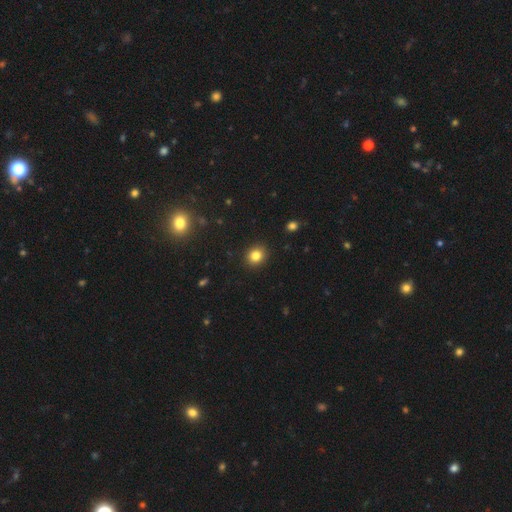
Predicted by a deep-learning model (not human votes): Smooth or featured?
  - smooth: 83% *
  - star or artifact: 12%
  - featured or disk: 5%
How rounded?
  - round: 76% *
  - in between: 23%
  - cigar-shaped: 1%
Merging?
  - none: 91% *
  - minor disturbance: 6%
  - major disturbance: 2%
  - merger: 1%